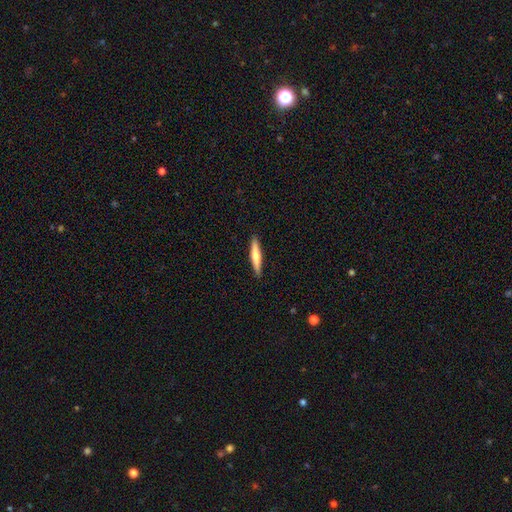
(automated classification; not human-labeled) The model was most divided on "smooth or featured": smooth: 55%, featured or disk: 40%, star or artifact: 5%. More confident: merging — none (91%); how rounded — cigar-shaped (90%).